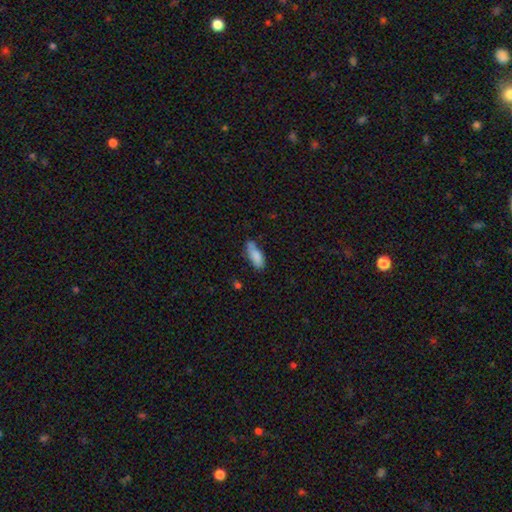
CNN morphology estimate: Smooth or featured?
  - smooth: 83% *
  - featured or disk: 10%
  - star or artifact: 7%
How rounded?
  - in between: 66% *
  - cigar-shaped: 32%
  - round: 2%
Merging?
  - none: 59% *
  - minor disturbance: 30%
  - major disturbance: 7%
  - merger: 5%